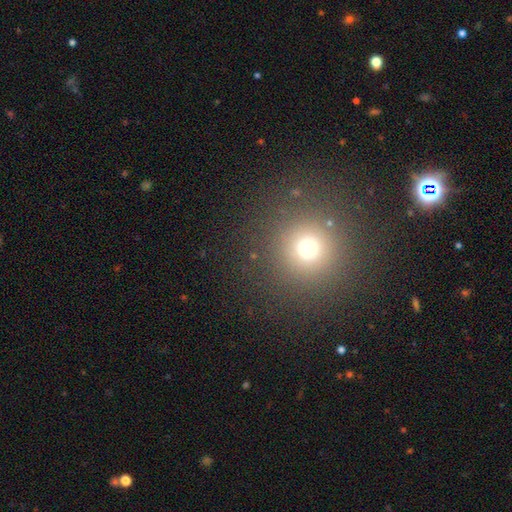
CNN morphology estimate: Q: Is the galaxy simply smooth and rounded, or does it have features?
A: smooth — 61%.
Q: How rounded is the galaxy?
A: round — 96%.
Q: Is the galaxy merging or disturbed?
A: none — 90%.